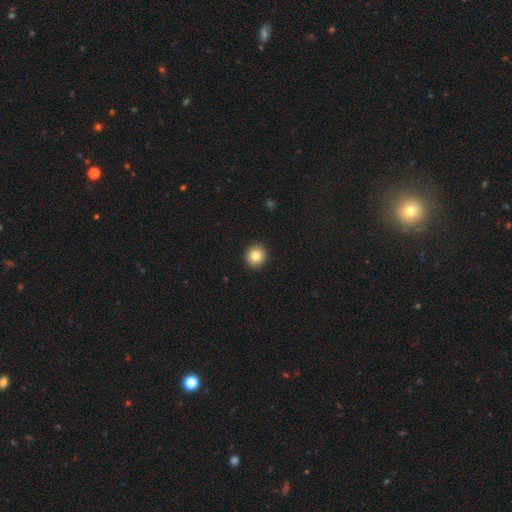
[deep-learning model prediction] A smooth galaxy with no disk features (82%) that is round (93%).

Vote fractions:
- Smooth or featured? smooth: 82% / star or artifact: 10% / featured or disk: 8%
- How rounded? round: 93% / in between: 6% / cigar-shaped: 1%
- Merging? none: 93% / minor disturbance: 4% / major disturbance: 1% / merger: 1%